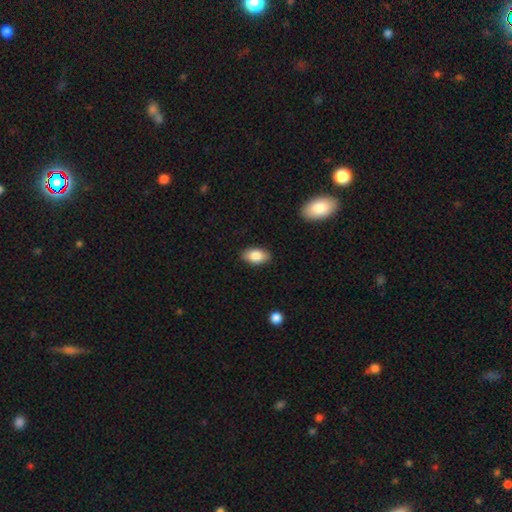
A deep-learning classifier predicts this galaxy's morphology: Smooth or featured?
  - smooth: 84% *
  - featured or disk: 9%
  - star or artifact: 7%
How rounded?
  - in between: 92% *
  - round: 5%
  - cigar-shaped: 2%
Merging?
  - none: 87% *
  - minor disturbance: 10%
  - major disturbance: 2%
  - merger: 1%